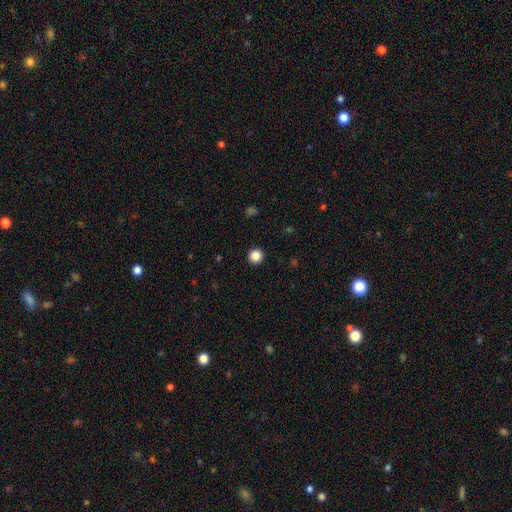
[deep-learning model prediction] A smooth galaxy with no disk features (86%) that is round (95%). Merging: none (93%).